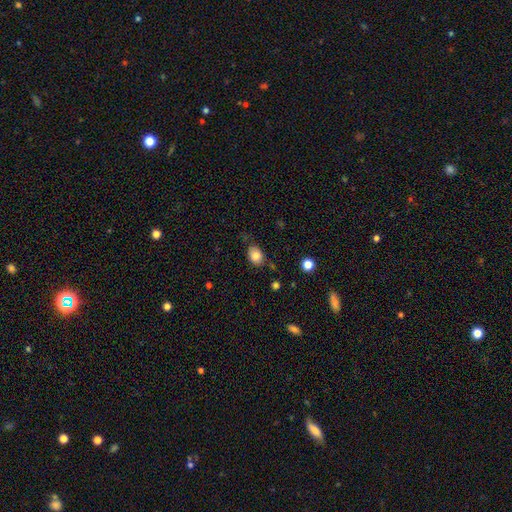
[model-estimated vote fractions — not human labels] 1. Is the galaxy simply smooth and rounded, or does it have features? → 83% smooth, 9% star or artifact, 8% featured or disk.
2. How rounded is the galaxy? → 63% in between, 35% round, 1% cigar-shaped.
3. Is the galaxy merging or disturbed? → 71% none, 21% minor disturbance, 5% major disturbance, 3% merger.